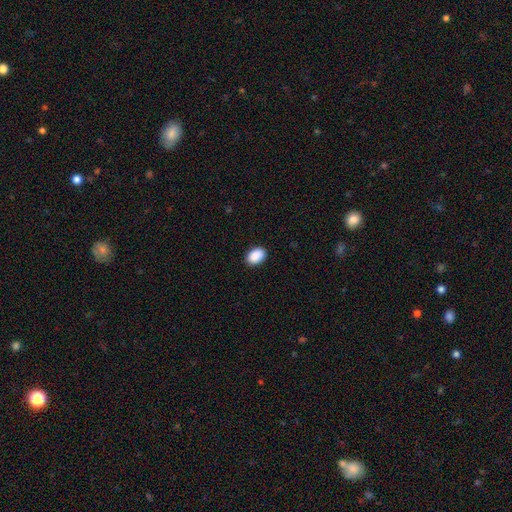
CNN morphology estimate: smooth_or_featured: smooth (p=0.91) [alt: star or artifact p=0.07]
how_rounded: in between (p=0.85) [alt: round p=0.14]
merging: none (p=0.89) [alt: minor disturbance p=0.08]